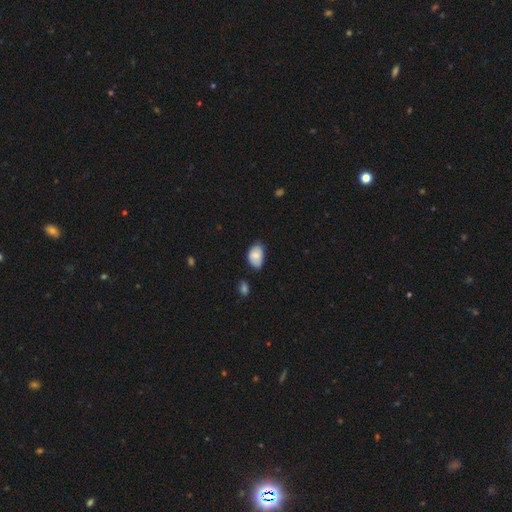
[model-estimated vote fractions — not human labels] The model was most divided on "merging": none: 55%, minor disturbance: 36%, major disturbance: 6%, merger: 2%. More confident: how rounded — in between (88%); smooth or featured — smooth (75%).